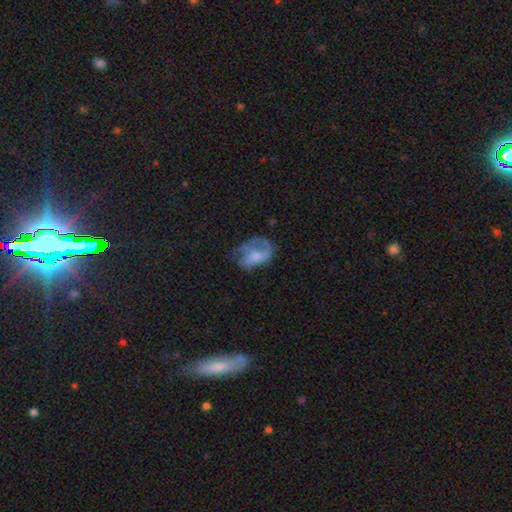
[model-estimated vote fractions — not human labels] Overall: featured or disk (57%; smooth 34%). Edge-on disk: no (97%). Bar: no (67%). Spiral arms: yes (69%; no 31%). Bulge size: moderate (34%; small 30%). Merging: major disturbance (37%; none 36%).